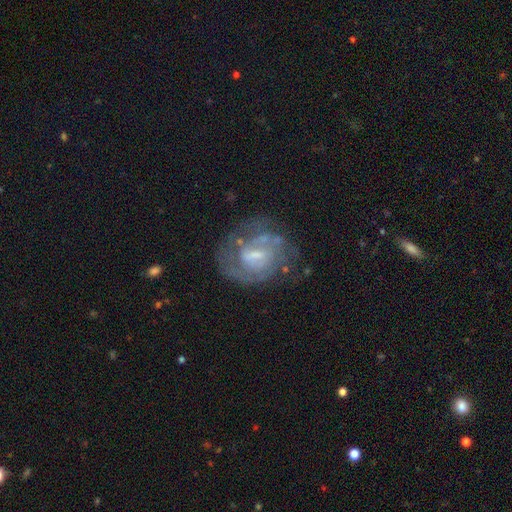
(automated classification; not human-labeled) Smooth or featured: featured or disk — 79% (smooth — 14%)
Edge-on disk: no — 97% (yes — 3%)
Bar: weak — 56% (no — 25%)
Spiral arms: yes — 83% (no — 17%)
Spiral winding: tight — 50% (medium — 38%)
Spiral arm count: 2 — 41% (can't tell — 35%)
Bulge size: small — 48% (moderate — 32%)
Merging: none — 63% (minor disturbance — 20%)